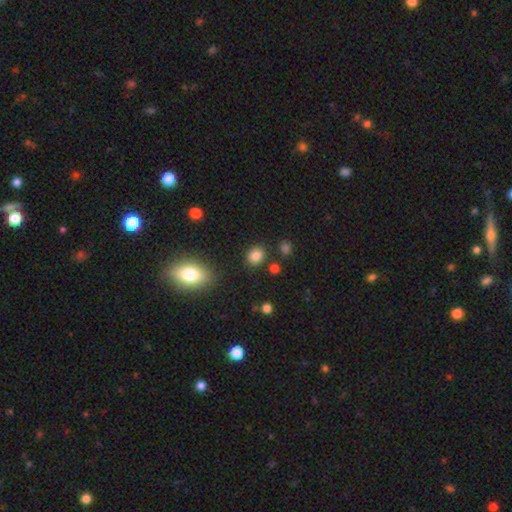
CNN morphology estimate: This appears to be a smooth galaxy with no disk features (84%) that is round (64%). Merging: none (86%).